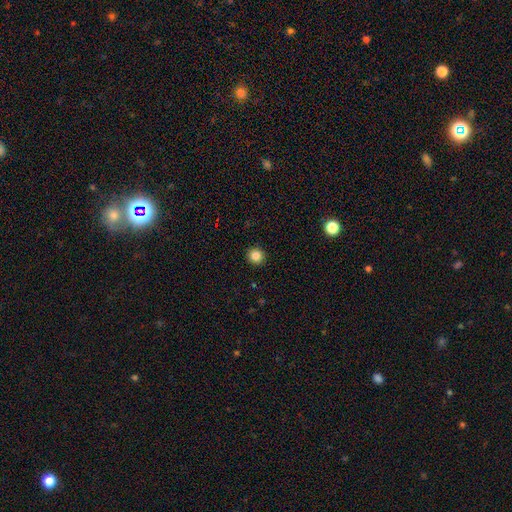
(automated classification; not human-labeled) A smooth galaxy with no disk features (85%) that is round (94%).

Vote fractions:
- Smooth or featured? smooth: 85% / star or artifact: 11% / featured or disk: 4%
- How rounded? round: 94% / in between: 5% / cigar-shaped: 1%
- Merging? none: 93% / minor disturbance: 5% / major disturbance: 2% / merger: 1%